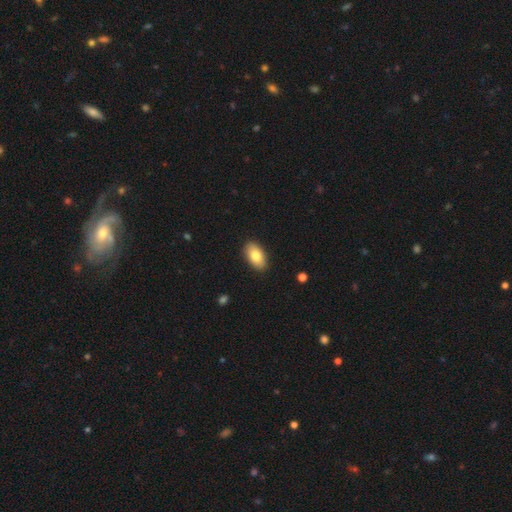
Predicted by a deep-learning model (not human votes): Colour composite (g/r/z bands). It shows a smooth galaxy with no disk features (82%) that is in between round and cigar-shaped (93%). Merging: none (89%).